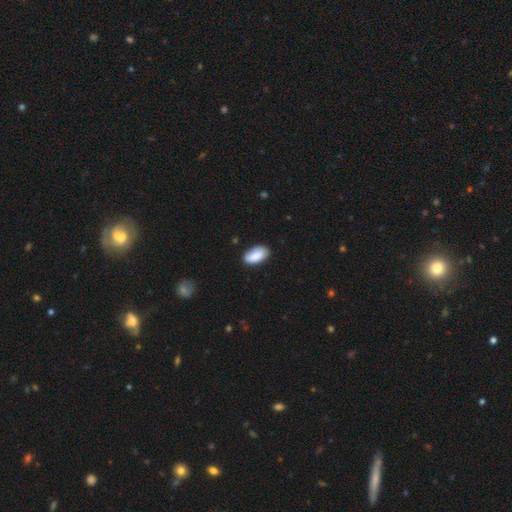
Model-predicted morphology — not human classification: Smooth or featured: smooth — 85% (featured or disk — 8%)
How rounded: in between — 94% (cigar-shaped — 3%)
Merging: none — 81% (minor disturbance — 15%)